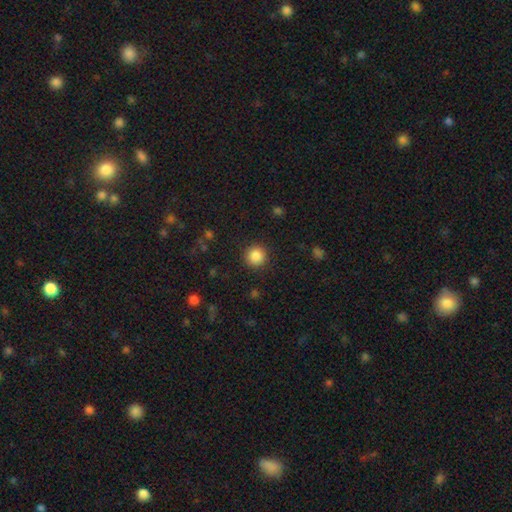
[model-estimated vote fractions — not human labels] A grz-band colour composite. It shows a smooth galaxy with no disk features (86%) that is round (94%). Merging: none (90%).